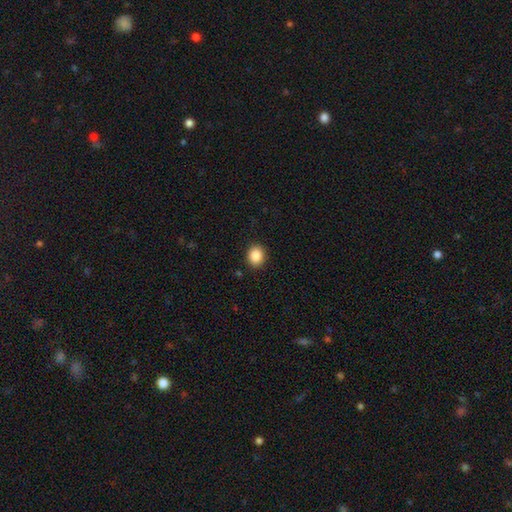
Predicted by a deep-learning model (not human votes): Smooth or featured? Predicted: smooth (p=0.87). How rounded? Predicted: round (p=0.62). Merging? Predicted: none (p=0.90).